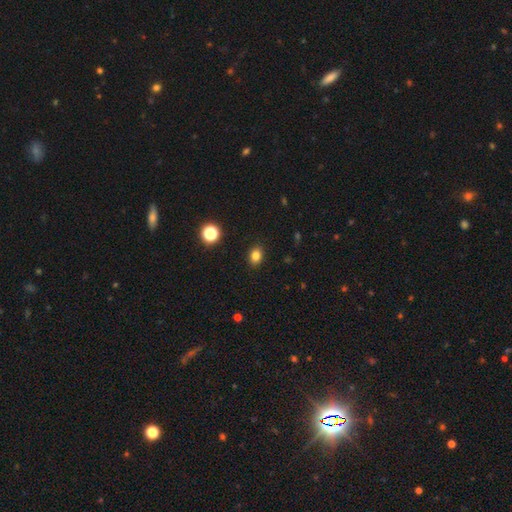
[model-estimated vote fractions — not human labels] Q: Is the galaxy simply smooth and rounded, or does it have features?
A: smooth — 81%.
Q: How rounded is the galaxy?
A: in between — 61%.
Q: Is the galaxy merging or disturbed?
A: none — 89%.